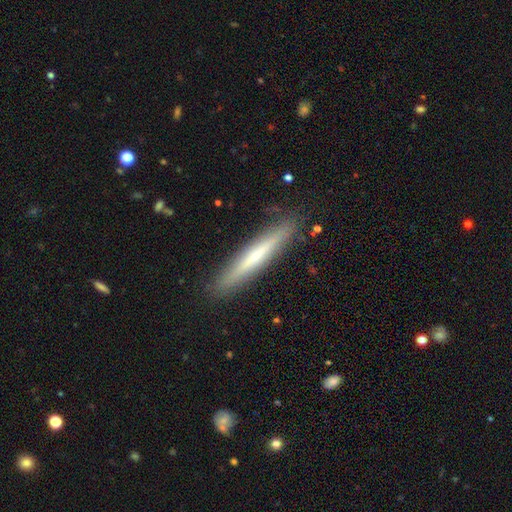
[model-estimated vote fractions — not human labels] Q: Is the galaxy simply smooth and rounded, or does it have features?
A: featured or disk — 47%, tied with smooth.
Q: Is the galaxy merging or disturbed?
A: none — 89%.